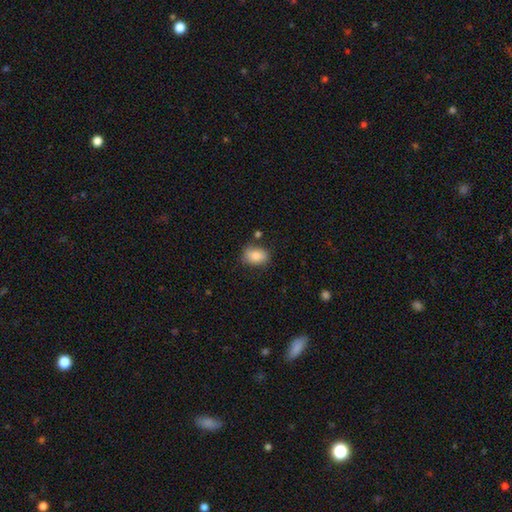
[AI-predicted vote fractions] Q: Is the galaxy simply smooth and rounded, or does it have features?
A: smooth — 84%.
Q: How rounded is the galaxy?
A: in between — 74%.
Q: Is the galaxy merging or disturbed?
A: none — 73%.